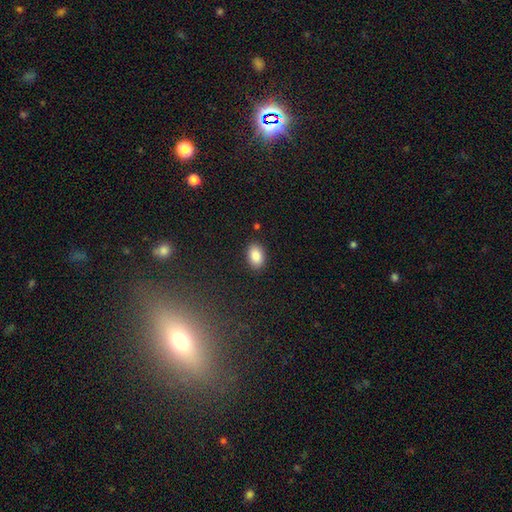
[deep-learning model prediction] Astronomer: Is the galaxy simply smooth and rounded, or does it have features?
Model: smooth — 88%.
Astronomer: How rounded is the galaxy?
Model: in between — 88%.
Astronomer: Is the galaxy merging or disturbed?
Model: none — 88%.